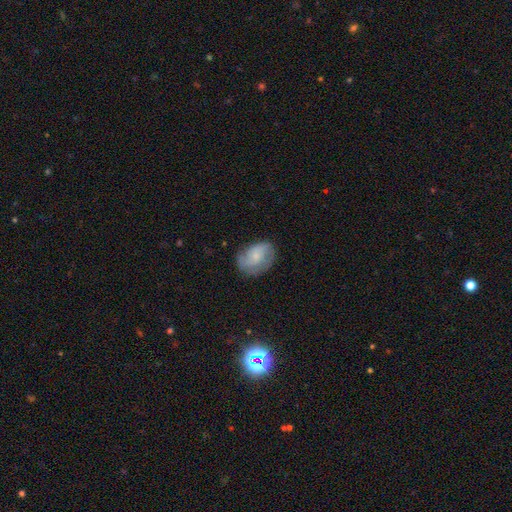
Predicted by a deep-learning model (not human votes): This is possibly a smooth galaxy (50%). Merging: likely none (64%).